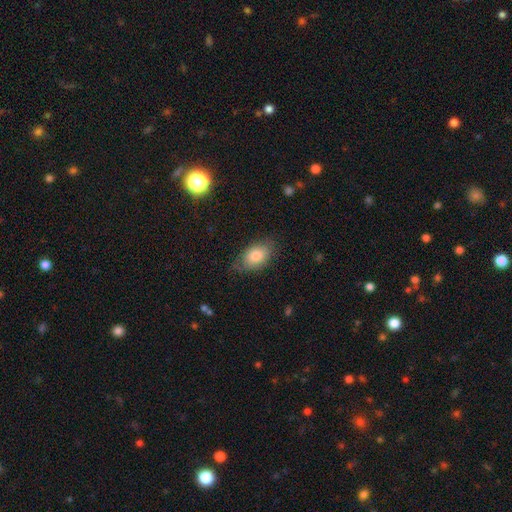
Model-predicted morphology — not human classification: smooth_or_featured: smooth (p=0.79) [alt: featured or disk p=0.13]
how_rounded: in between (p=0.87) [alt: round p=0.11]
merging: none (p=0.72) [alt: minor disturbance p=0.22]